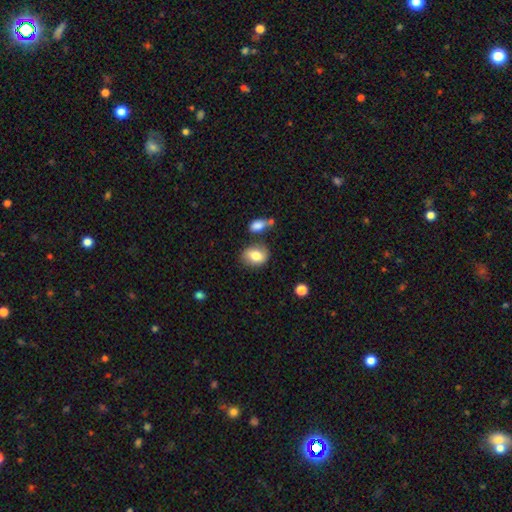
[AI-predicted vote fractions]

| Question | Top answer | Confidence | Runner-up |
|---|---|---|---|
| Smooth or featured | smooth | 77% | featured or disk (15%) |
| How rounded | in between | 61% | round (38%) |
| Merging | none | 66% | minor disturbance (19%) |